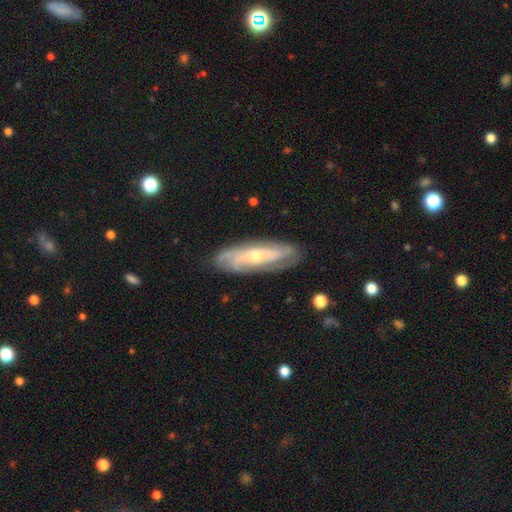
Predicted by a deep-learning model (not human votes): A featured or disk galaxy (74%) with no bar (68%), tight (56%) spiral arms (87%) and a small central bulge (49%).

Vote fractions:
- Smooth or featured? featured or disk: 74% / smooth: 20% / star or artifact: 6%
- Edge-on disk? no: 77% / yes: 23%
- Bar? no: 68% / weak: 24% / strong: 8%
- Spiral arms? yes: 87% / no: 13%
- Spiral winding? tight: 56% / medium: 32% / loose: 12%
- Spiral arm count? can't tell: 46% / 2: 29% / 3: 12% / 4: 6% / 1: 4% / more than 4: 3%
- Bulge size? small: 49% / moderate: 47% / large: 2% / none: 1% / dominant: 1%
- Merging? none: 79% / minor disturbance: 16% / major disturbance: 4% / merger: 1%